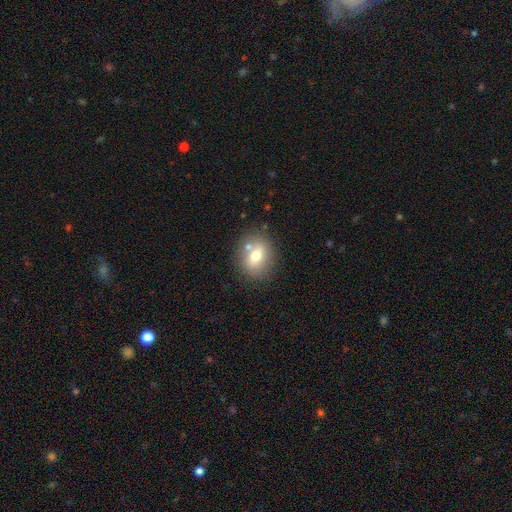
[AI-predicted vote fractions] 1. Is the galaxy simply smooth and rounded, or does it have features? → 65% smooth, 25% featured or disk, 10% star or artifact.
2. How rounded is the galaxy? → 59% round, 40% in between, 1% cigar-shaped.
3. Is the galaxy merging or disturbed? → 73% none, 12% minor disturbance, 11% merger, 4% major disturbance.